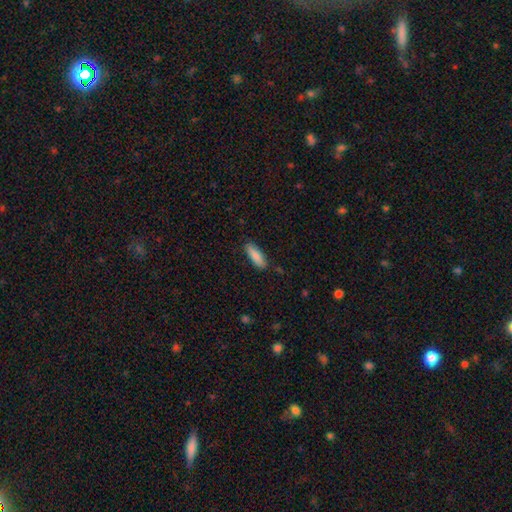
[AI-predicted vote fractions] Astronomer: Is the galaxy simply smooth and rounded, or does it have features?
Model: smooth — 86%.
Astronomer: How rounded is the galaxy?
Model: in between — 55% (runner-up: cigar-shaped, 43%).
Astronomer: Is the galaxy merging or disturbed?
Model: none — 85%.